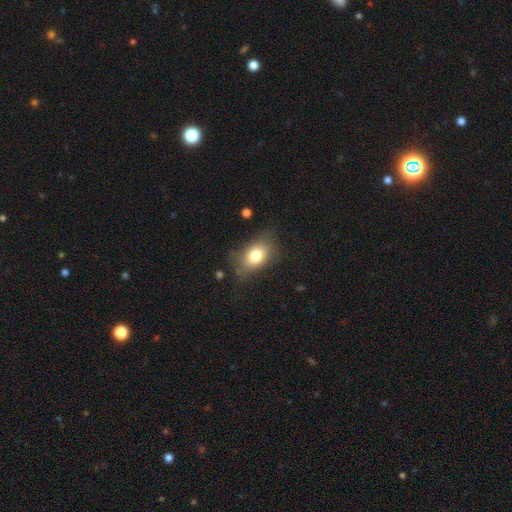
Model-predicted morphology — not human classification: smooth-or-featured: smooth: 77% | featured or disk: 14% | star or artifact: 9%
  how-rounded: in between: 79% | round: 19% | cigar-shaped: 2%
  merging: none: 71% | minor disturbance: 20% | major disturbance: 7% | merger: 2%